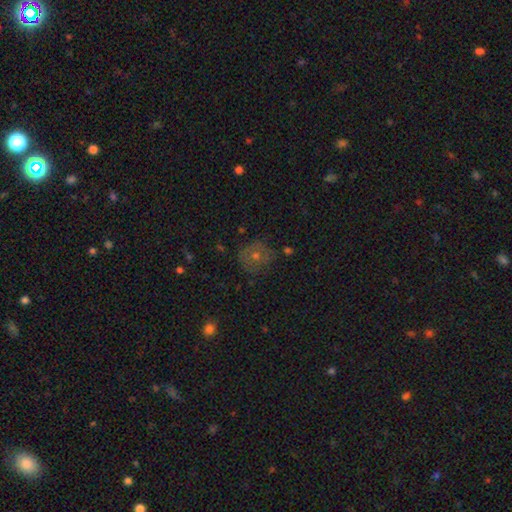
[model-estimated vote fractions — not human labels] Overall: smooth (49%; featured or disk 30%). Merging: none (76%).